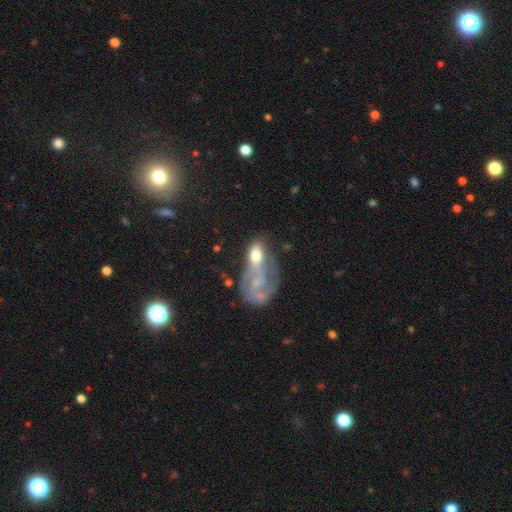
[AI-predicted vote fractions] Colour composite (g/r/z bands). It shows a smooth galaxy with no disk features (51%) that is in between round and cigar-shaped (80%). Merging: merger (46%).